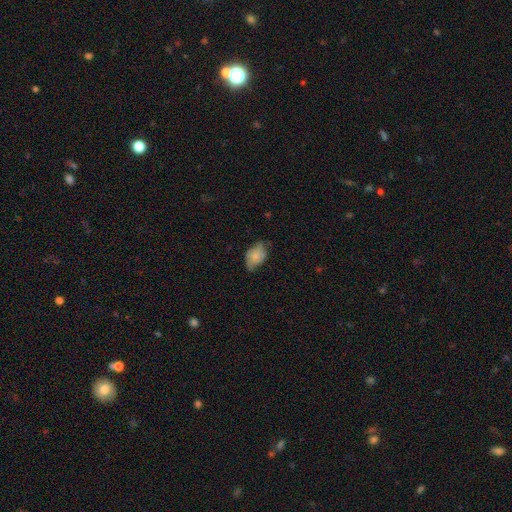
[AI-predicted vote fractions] A smooth galaxy with no disk features (65%) that is in between round and cigar-shaped (82%).

Vote fractions:
- Smooth or featured? smooth: 65% / featured or disk: 27% / star or artifact: 8%
- How rounded? in between: 82% / round: 17% / cigar-shaped: 1%
- Merging? none: 49% / minor disturbance: 38% / major disturbance: 12% / merger: 2%